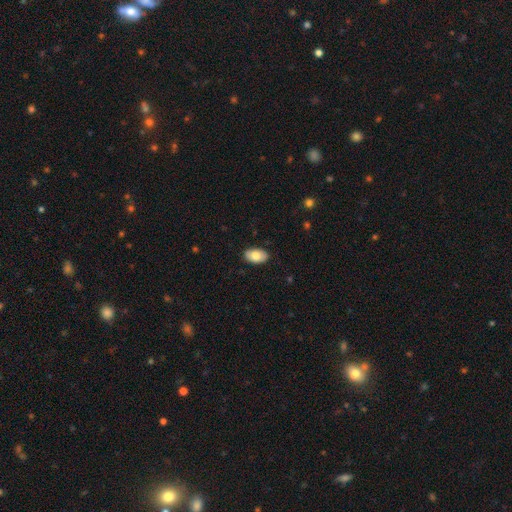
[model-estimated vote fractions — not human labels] This appears to be a smooth galaxy with no disk features (79%) that is in between round and cigar-shaped (94%). Merging: none (88%).